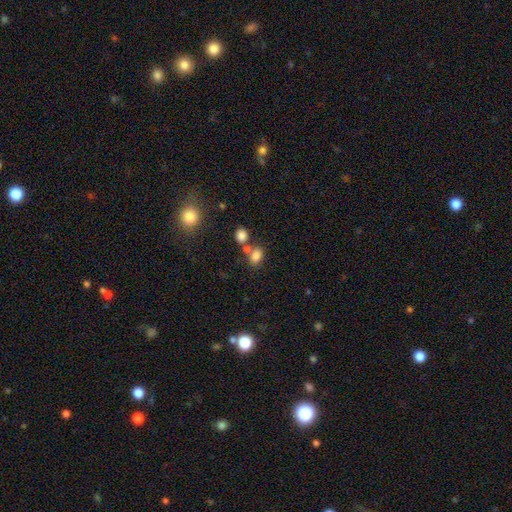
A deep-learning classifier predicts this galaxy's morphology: A smooth galaxy with no disk features (80%) that is in between round and cigar-shaped (73%). Merging: none (54%).